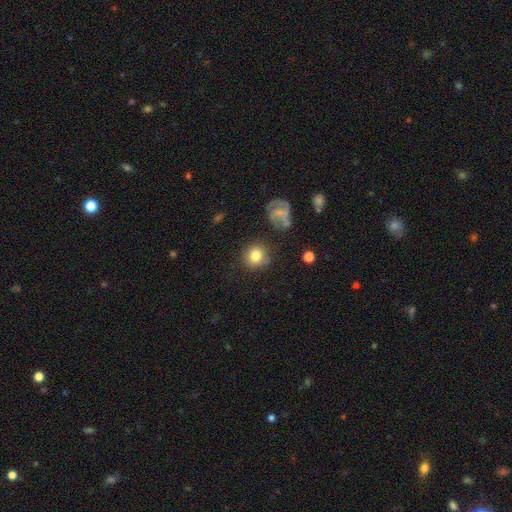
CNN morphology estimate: Smooth or featured?
  - smooth: 77% *
  - featured or disk: 13%
  - star or artifact: 10%
How rounded?
  - round: 90% *
  - in between: 9%
  - cigar-shaped: 1%
Merging?
  - none: 78% *
  - minor disturbance: 13%
  - major disturbance: 5%
  - merger: 4%